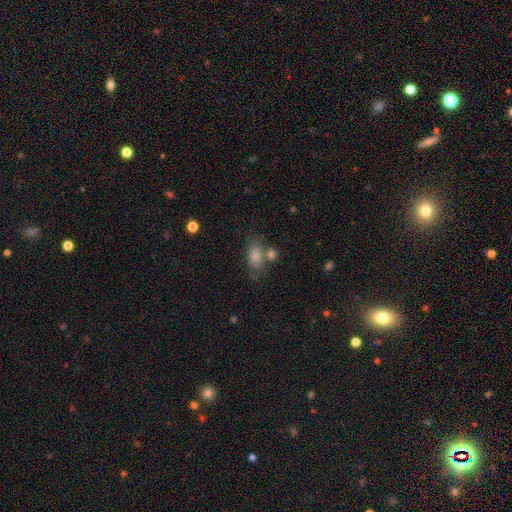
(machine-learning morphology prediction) Smooth or featured?
  - smooth: 68% *
  - star or artifact: 17%
  - featured or disk: 14%
How rounded?
  - in between: 80% *
  - round: 14%
  - cigar-shaped: 6%
Merging?
  - none: 61% *
  - merger: 16%
  - minor disturbance: 16%
  - major disturbance: 6%